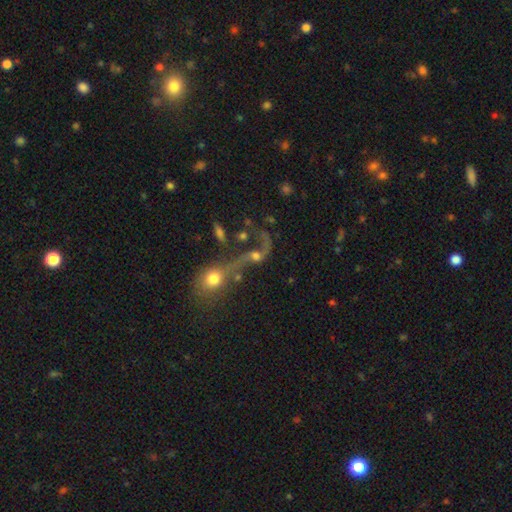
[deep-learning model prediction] featured or disk 54%, smooth 29%, star or artifact 17%. Down the decision tree: edge-on disk — no (92%); bar — no (70%); spiral arms — yes (67%); bulge size — moderate (41%); merging — merger (51%).